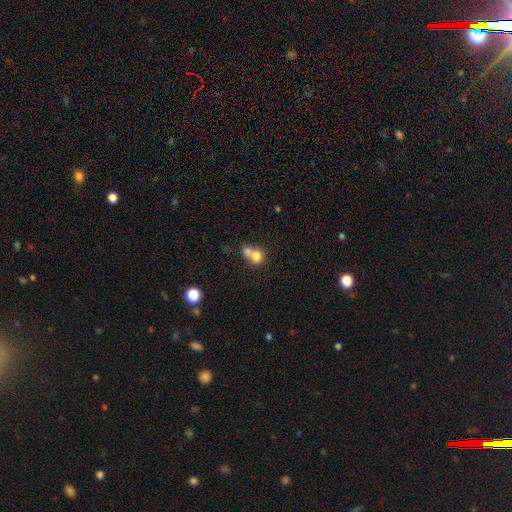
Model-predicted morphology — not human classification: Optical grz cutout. It shows a smooth galaxy with no disk features (74%) that is round (74%). Merging: merger (63%).